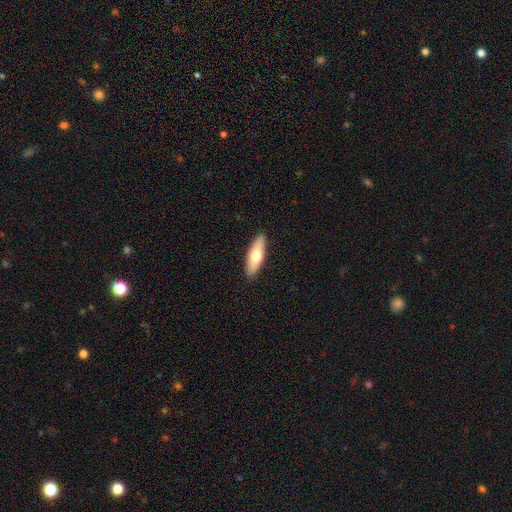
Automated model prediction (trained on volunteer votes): smooth 66%, featured or disk 29%, star or artifact 5%. Down the decision tree: how rounded — in between (51%); merging — none (90%).